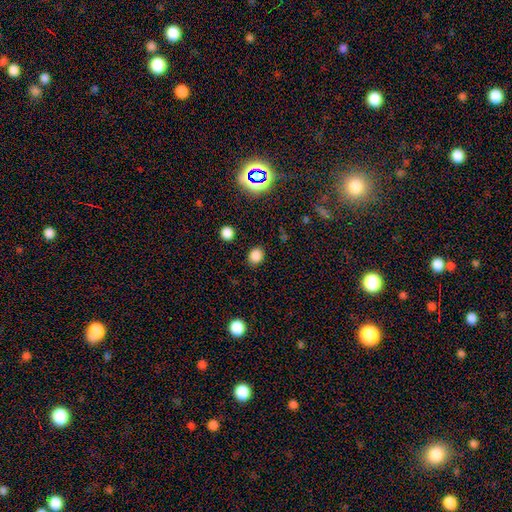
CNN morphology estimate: smooth 82%, star or artifact 14%, featured or disk 4%. Down the decision tree: how rounded — round (63%); merging — none (88%).